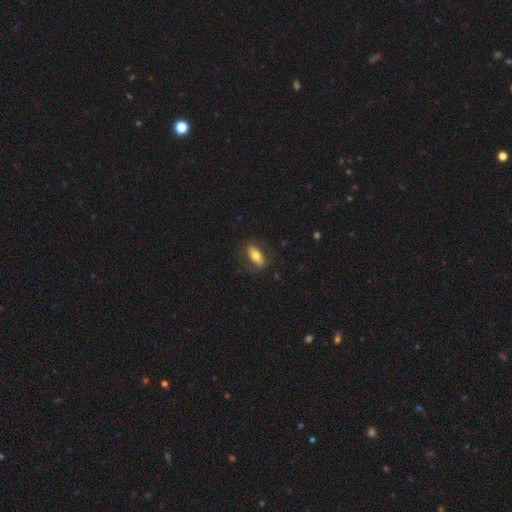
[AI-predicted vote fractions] smooth-or-featured: smooth: 66% | featured or disk: 27% | star or artifact: 7%
  how-rounded: in between: 79% | cigar-shaped: 17% | round: 5%
  merging: none: 80% | minor disturbance: 14% | major disturbance: 5% | merger: 1%